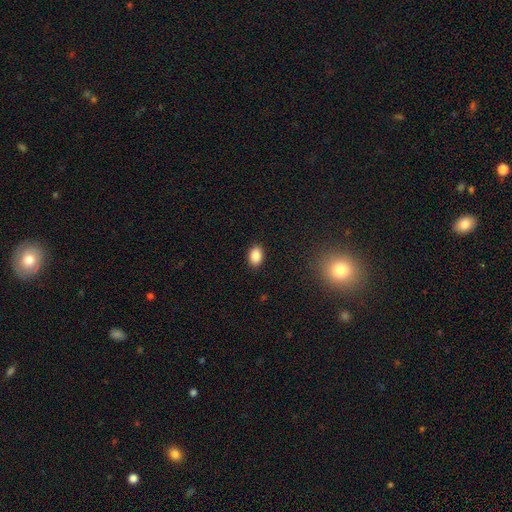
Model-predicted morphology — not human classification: Q: Smooth or featured?
A: smooth (88%); runner-up: star or artifact (9%)
Q: How rounded?
A: in between (82%); runner-up: round (17%)
Q: Merging?
A: none (89%); runner-up: minor disturbance (8%)